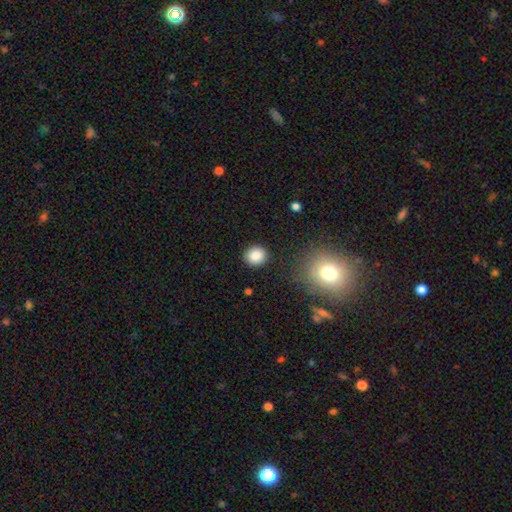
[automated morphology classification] Smooth or featured? Predicted: smooth (p=0.86). How rounded? Predicted: round (p=0.81). Merging? Predicted: none (p=0.87).